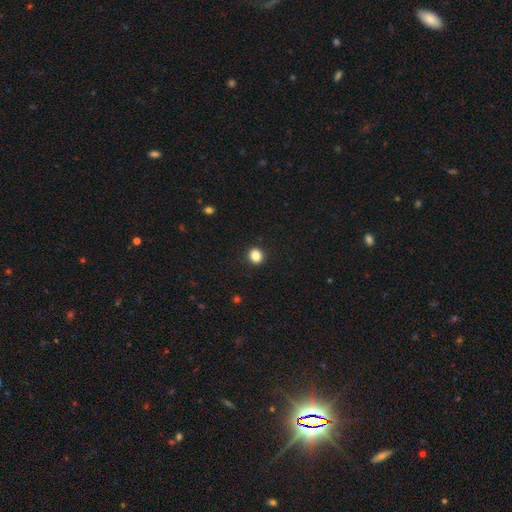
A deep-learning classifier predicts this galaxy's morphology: smooth 86%, star or artifact 11%, featured or disk 4%. Down the decision tree: how rounded — round (77%); merging — none (92%).